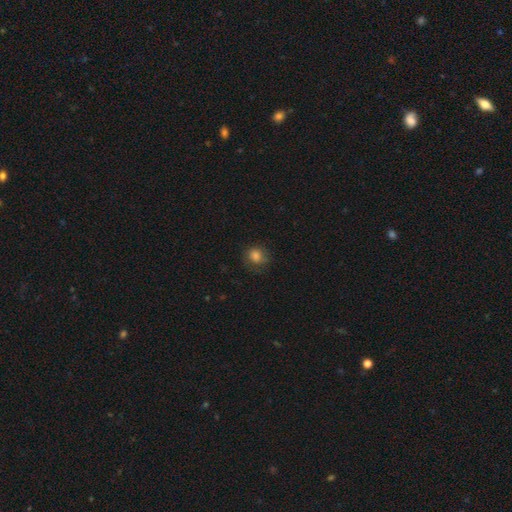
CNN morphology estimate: Overall: smooth (80%). How rounded: round (73%). Merging: none (67%).